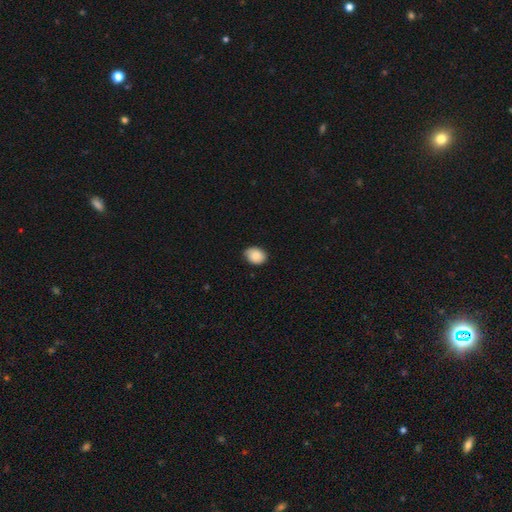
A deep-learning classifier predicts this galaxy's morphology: smooth_or_featured: smooth (p=0.87) [alt: star or artifact p=0.07]
how_rounded: in between (p=0.68) [alt: round p=0.31]
merging: none (p=0.76) [alt: minor disturbance p=0.20]